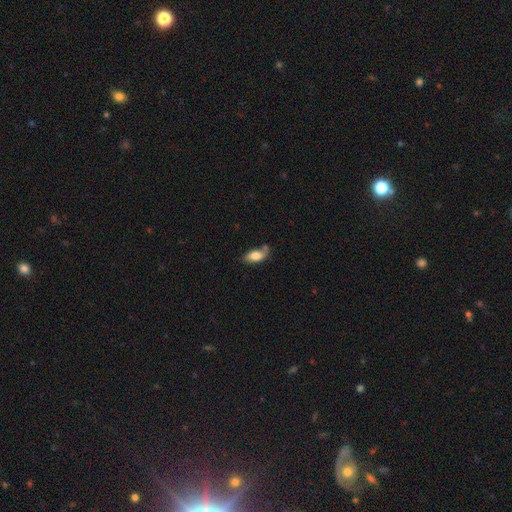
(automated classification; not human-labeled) Smooth or featured?
  - smooth: 75% *
  - featured or disk: 17%
  - star or artifact: 7%
How rounded?
  - in between: 89% *
  - cigar-shaped: 7%
  - round: 4%
Merging?
  - none: 52% *
  - minor disturbance: 27%
  - merger: 12%
  - major disturbance: 9%